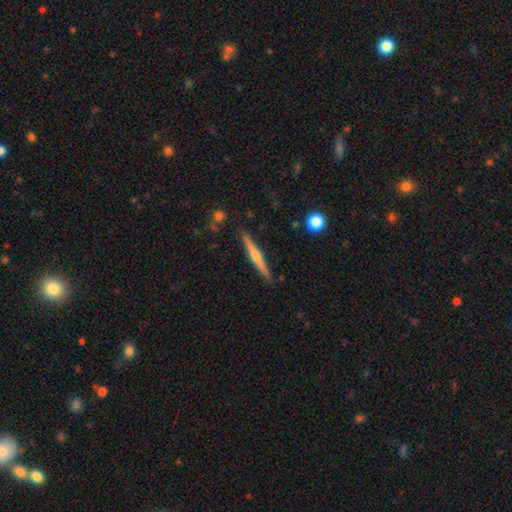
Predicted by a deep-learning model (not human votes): Smooth or featured? featured or disk (69%)
Edge-on disk? yes (98%)
Edge-on bulge? rounded (80%)
Merging? none (91%)